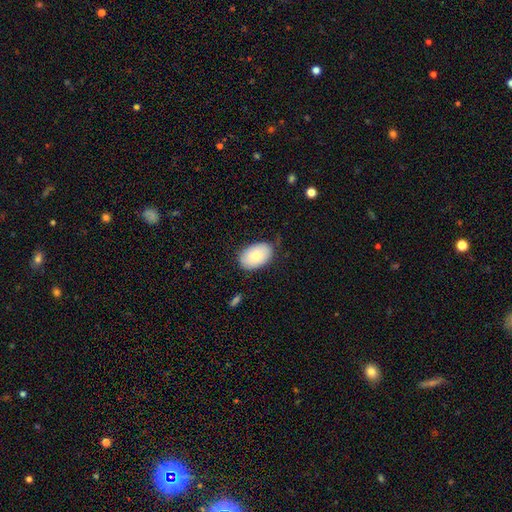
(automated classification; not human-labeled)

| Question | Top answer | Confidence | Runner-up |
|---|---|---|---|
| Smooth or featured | smooth | 80% | featured or disk (14%) |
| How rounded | in between | 90% | round (9%) |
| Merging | none | 76% | minor disturbance (19%) |